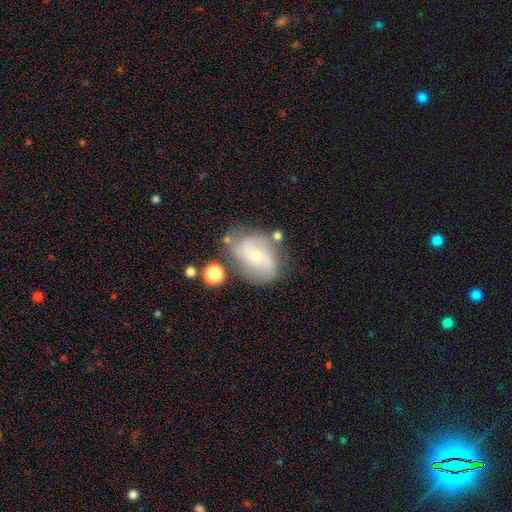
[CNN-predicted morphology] Q: Smooth or featured?
A: featured or disk (71%); runner-up: smooth (20%)
Q: Edge-on disk?
A: no (97%); runner-up: yes (3%)
Q: Bar?
A: no (57%); runner-up: weak (34%)
Q: Spiral arms?
A: yes (89%); runner-up: no (11%)
Q: Spiral winding?
A: medium (45%); runner-up: tight (30%)
Q: Spiral arm count?
A: 2 (64%); runner-up: can't tell (17%)
Q: Bulge size?
A: small (55%); runner-up: moderate (41%)
Q: Merging?
A: none (62%); runner-up: minor disturbance (22%)